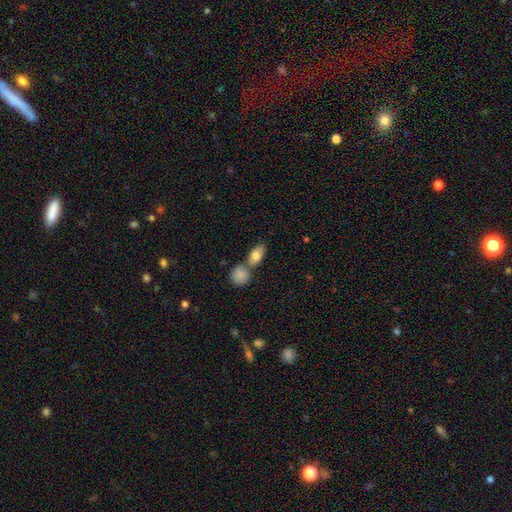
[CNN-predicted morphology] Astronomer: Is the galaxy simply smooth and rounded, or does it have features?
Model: smooth — 80%.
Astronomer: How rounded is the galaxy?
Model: in between — 84%.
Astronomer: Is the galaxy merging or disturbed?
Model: none — 44% (runner-up: merger, 43%).